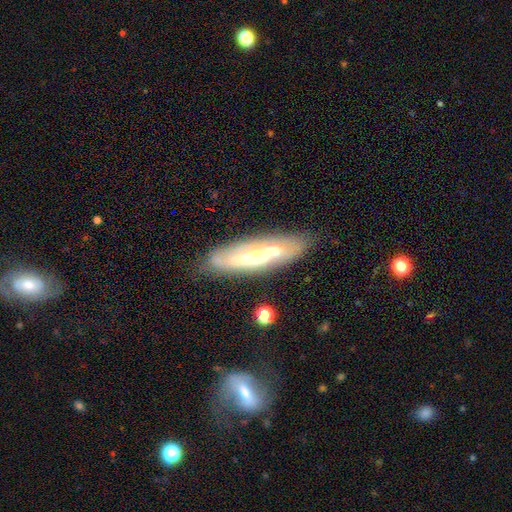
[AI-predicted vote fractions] smooth-or-featured: featured or disk: 69% | smooth: 25% | star or artifact: 7%
  disk-edge-on: no: 60% | yes: 40%
  merging: none: 78% | minor disturbance: 15% | major disturbance: 5% | merger: 2%